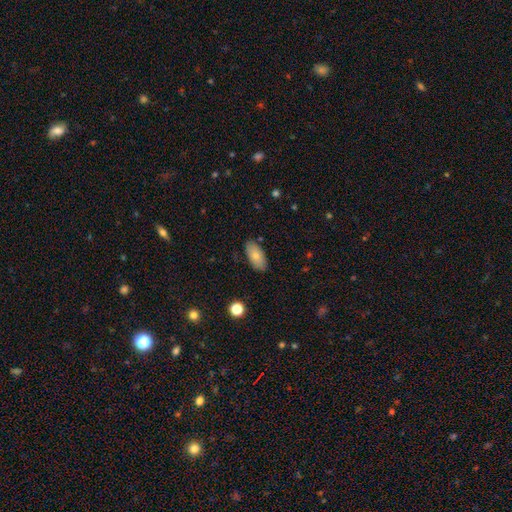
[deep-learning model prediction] Smooth or featured?
  - smooth: 76% *
  - featured or disk: 17%
  - star or artifact: 7%
How rounded?
  - in between: 92% *
  - cigar-shaped: 5%
  - round: 3%
Merging?
  - none: 85% *
  - minor disturbance: 11%
  - major disturbance: 2%
  - merger: 1%